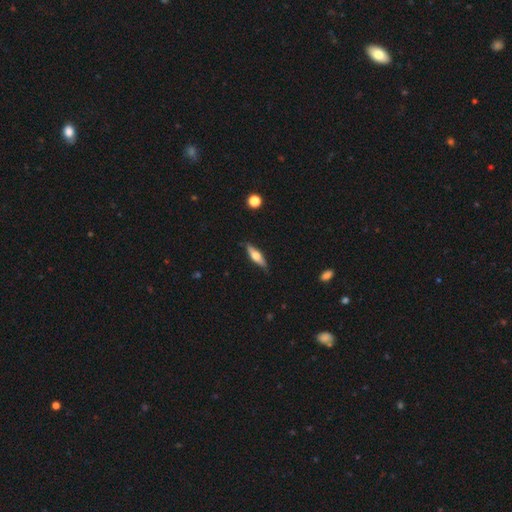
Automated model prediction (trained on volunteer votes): Smooth or featured?
  - featured or disk: 49% *
  - smooth: 45%
  - star or artifact: 6%
Merging?
  - none: 84% *
  - minor disturbance: 13%
  - major disturbance: 2%
  - merger: 1%